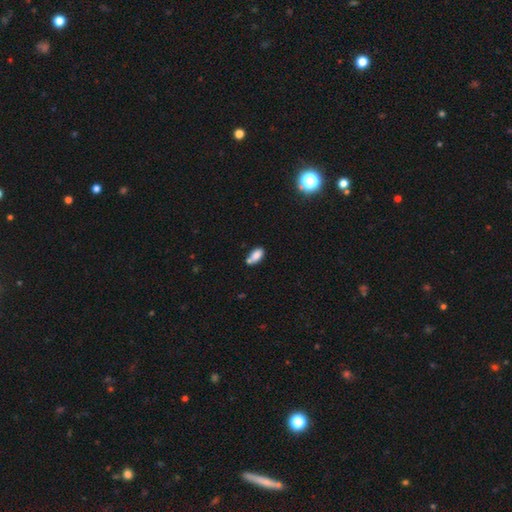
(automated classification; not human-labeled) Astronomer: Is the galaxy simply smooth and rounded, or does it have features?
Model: smooth — 82%.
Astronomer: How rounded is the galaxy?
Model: in between — 90%.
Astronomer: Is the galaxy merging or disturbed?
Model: none — 49%.